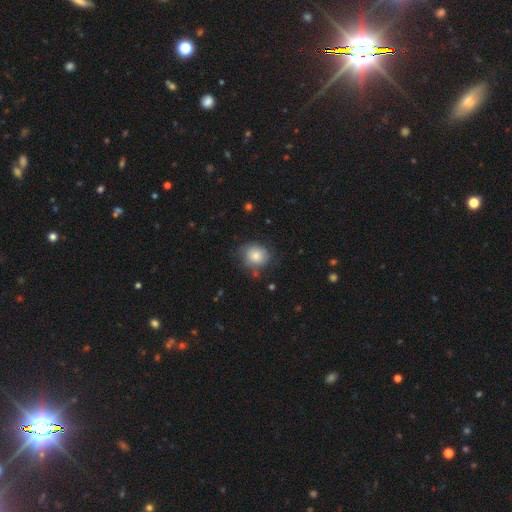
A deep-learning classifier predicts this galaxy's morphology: smooth-or-featured: smooth: 79% | featured or disk: 13% | star or artifact: 8%
  how-rounded: round: 73% | in between: 26% | cigar-shaped: 1%
  merging: none: 64% | minor disturbance: 26% | major disturbance: 8% | merger: 3%